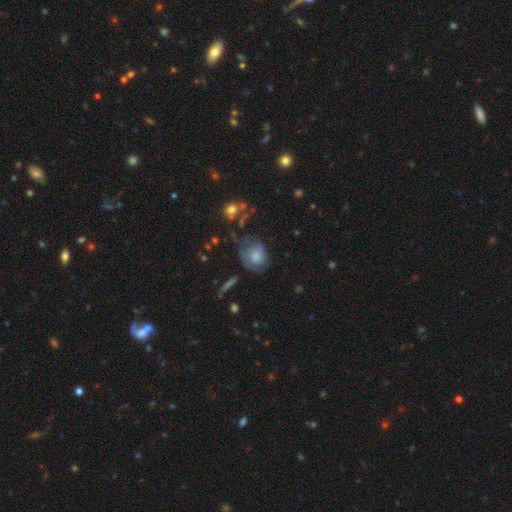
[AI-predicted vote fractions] Smooth or featured? Predicted: smooth (p=0.54). How rounded? Predicted: round (p=0.50). Merging? Predicted: none (p=0.40).